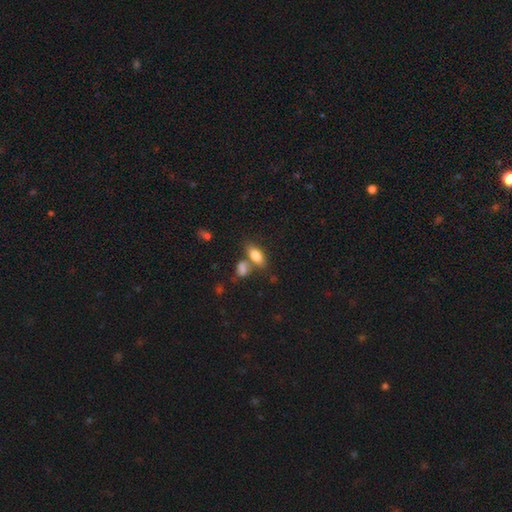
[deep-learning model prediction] A smooth galaxy with no disk features (80%) that is in between round and cigar-shaped (84%). Merging: none (56%).